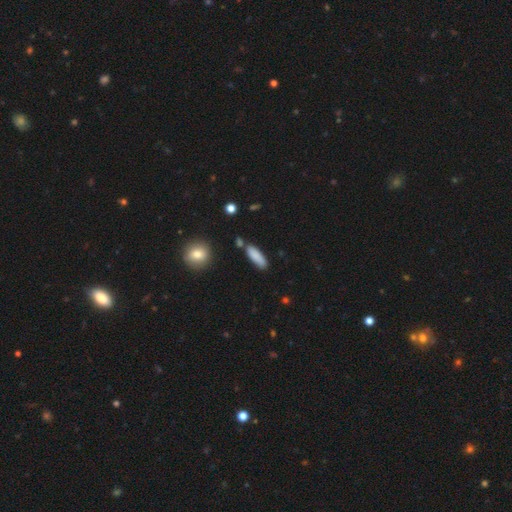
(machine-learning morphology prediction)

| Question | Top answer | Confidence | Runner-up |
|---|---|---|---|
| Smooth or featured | smooth | 85% | featured or disk (8%) |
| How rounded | in between | 53% | cigar-shaped (45%) |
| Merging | none | 76% | minor disturbance (15%) |